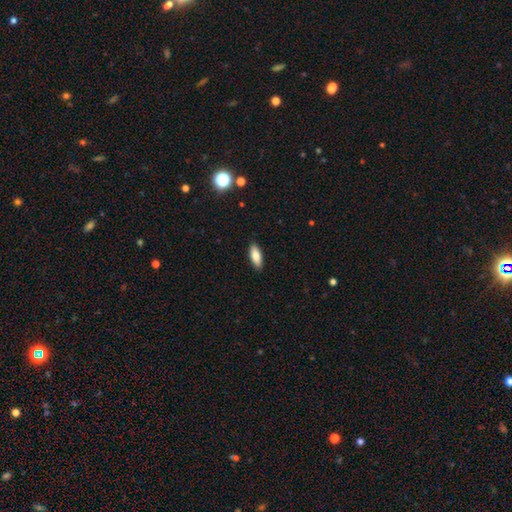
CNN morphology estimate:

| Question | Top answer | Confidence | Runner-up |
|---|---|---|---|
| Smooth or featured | smooth | 79% | featured or disk (15%) |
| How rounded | in between | 74% | cigar-shaped (24%) |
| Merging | none | 89% | minor disturbance (8%) |